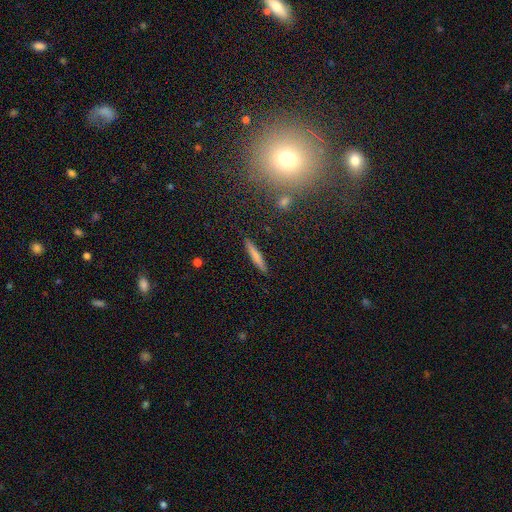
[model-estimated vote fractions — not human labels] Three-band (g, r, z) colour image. It shows a smooth galaxy with no disk features (75%) that is cigar-shaped (93%). Merging: none (90%).